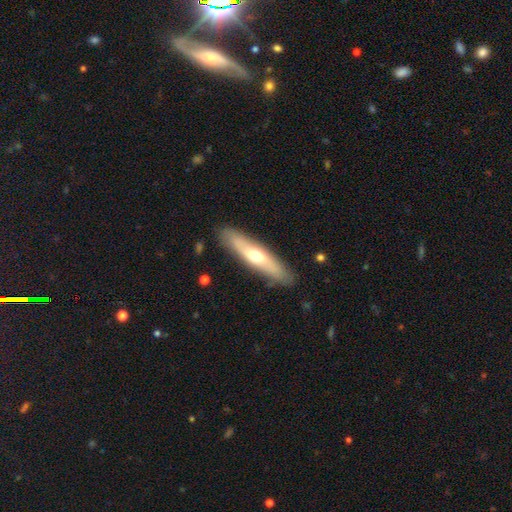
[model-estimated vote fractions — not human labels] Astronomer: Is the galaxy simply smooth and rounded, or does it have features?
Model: smooth — 51% (runner-up: featured or disk, 44%).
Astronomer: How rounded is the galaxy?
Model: cigar-shaped — 78%.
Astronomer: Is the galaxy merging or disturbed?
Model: none — 87%.